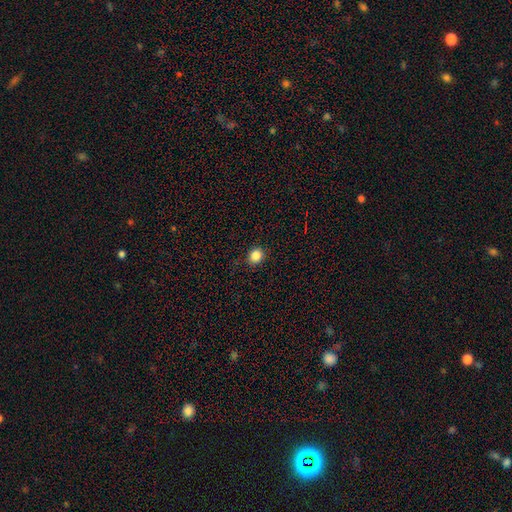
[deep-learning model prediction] Smooth or featured? smooth (85%)
How rounded? round (74%)
Merging? none (89%)